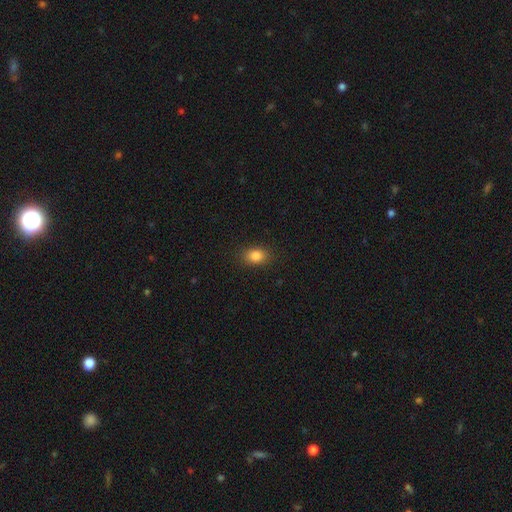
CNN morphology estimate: Smooth or featured?
  - smooth: 85% *
  - star or artifact: 10%
  - featured or disk: 5%
How rounded?
  - in between: 73% *
  - round: 25%
  - cigar-shaped: 2%
Merging?
  - none: 87% *
  - minor disturbance: 9%
  - major disturbance: 3%
  - merger: 1%